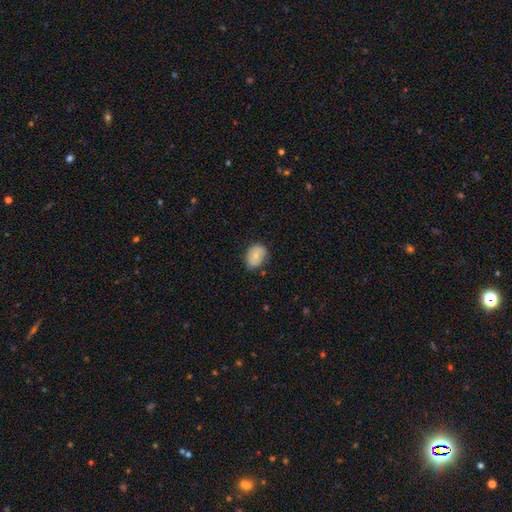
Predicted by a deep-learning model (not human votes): A smooth galaxy with no disk features (69%) that is in between round and cigar-shaped (59%).

Vote fractions:
- Smooth or featured? smooth: 69% / featured or disk: 23% / star or artifact: 8%
- How rounded? in between: 59% / round: 40% / cigar-shaped: 1%
- Merging? none: 67% / minor disturbance: 27% / major disturbance: 5% / merger: 2%